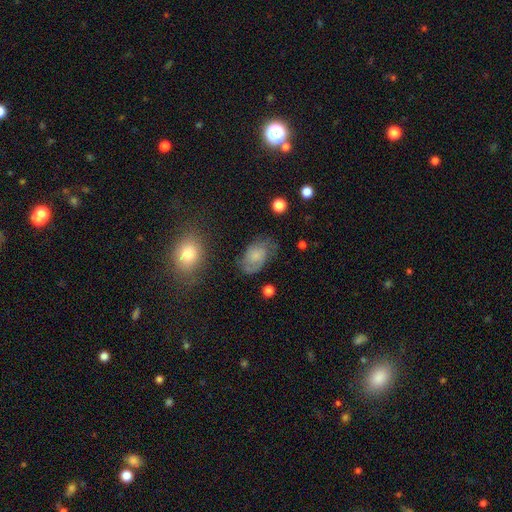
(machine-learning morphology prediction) Q: Smooth or featured?
A: smooth (49%); runner-up: featured or disk (41%)
Q: Merging?
A: none (61%); runner-up: minor disturbance (25%)